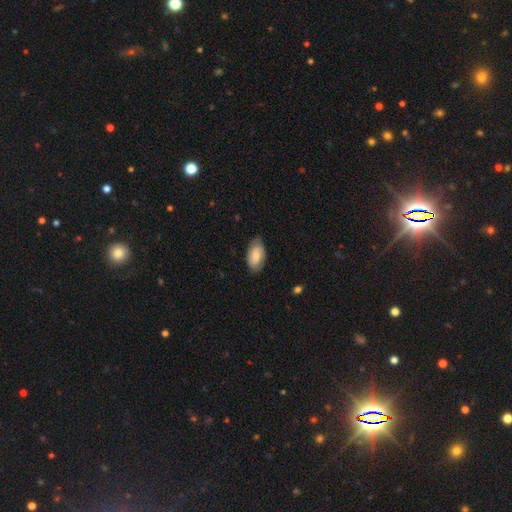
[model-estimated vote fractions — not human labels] The model was most divided on "smooth or featured": smooth: 63%, featured or disk: 30%, star or artifact: 6%. More confident: how rounded — in between (94%); merging — none (78%).